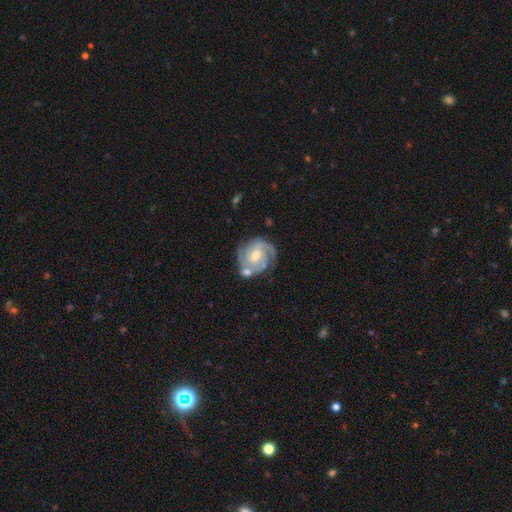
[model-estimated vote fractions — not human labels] Smooth or featured? Predicted: featured or disk (p=0.86). Edge-on disk? Predicted: no (p=0.98). Bar? Predicted: no (p=0.49). Spiral arms? Predicted: yes (p=0.97). Spiral winding? Predicted: tight (p=0.58). Spiral arm count? Predicted: 2 (p=0.46). Bulge size? Predicted: moderate (p=0.57). Merging? Predicted: none (p=0.60).